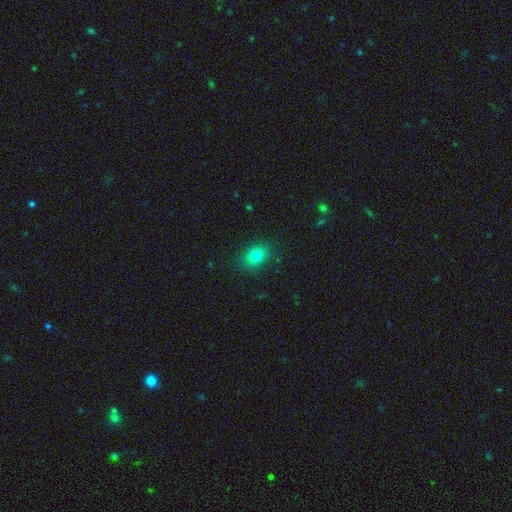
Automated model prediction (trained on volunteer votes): Smooth or featured? Predicted: smooth (p=0.79). How rounded? Predicted: in between (p=0.65). Merging? Predicted: none (p=0.86).